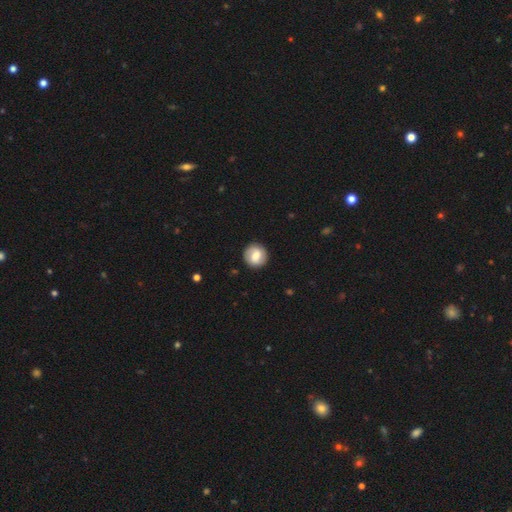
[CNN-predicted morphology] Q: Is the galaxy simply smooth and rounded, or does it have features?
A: smooth — 65%.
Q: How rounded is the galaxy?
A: round — 91%.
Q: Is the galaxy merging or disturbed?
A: none — 89%.